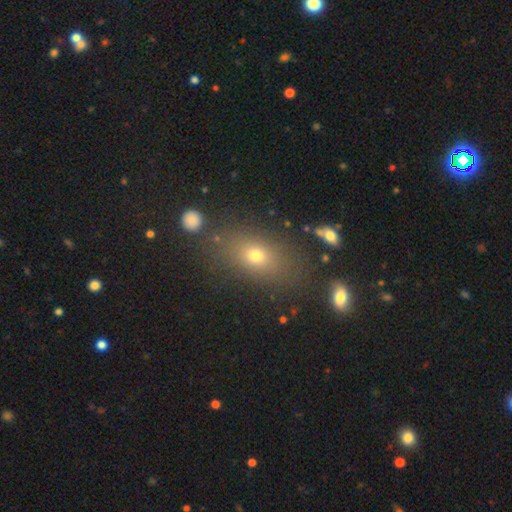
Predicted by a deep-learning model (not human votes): smooth 69%, star or artifact 17%, featured or disk 15%. Down the decision tree: how rounded — in between (73%); merging — none (77%).